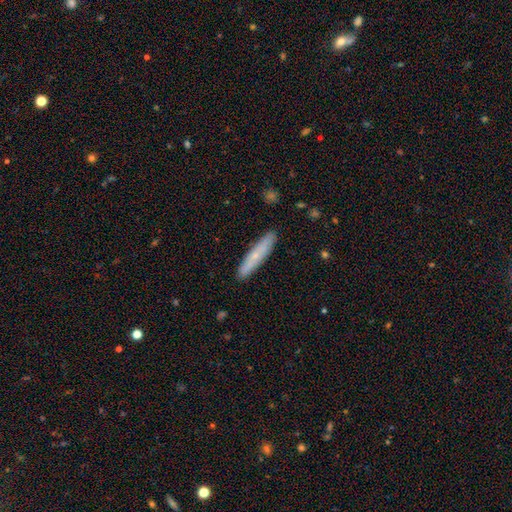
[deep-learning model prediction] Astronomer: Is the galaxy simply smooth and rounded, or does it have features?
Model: smooth — 60%.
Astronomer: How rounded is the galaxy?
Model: cigar-shaped — 90%.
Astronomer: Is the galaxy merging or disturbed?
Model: none — 89%.